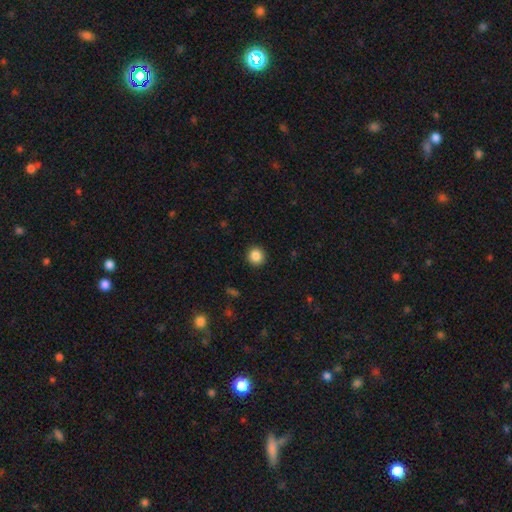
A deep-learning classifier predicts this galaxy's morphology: This appears to be a smooth galaxy with no disk features (86%) that is round (92%). Merging: none (92%).